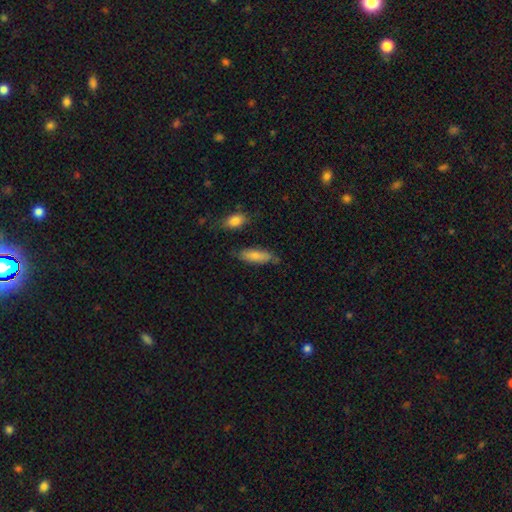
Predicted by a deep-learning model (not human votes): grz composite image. It shows a smooth galaxy with no disk features (77%) that is in between round and cigar-shaped (62%). Merging: none (67%).